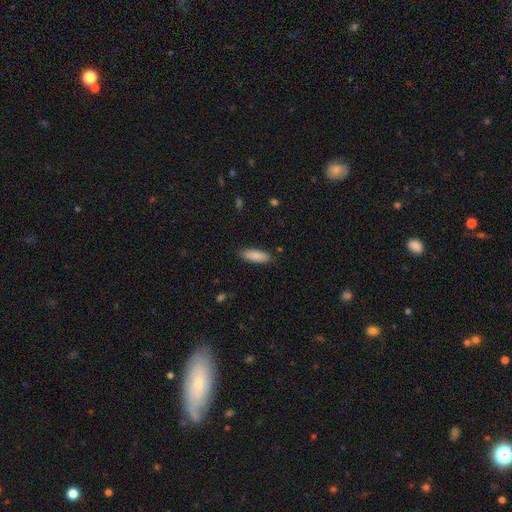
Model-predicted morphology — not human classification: This appears to be a smooth galaxy with no disk features (88%) that is in between round and cigar-shaped (57%). Merging: none (87%).